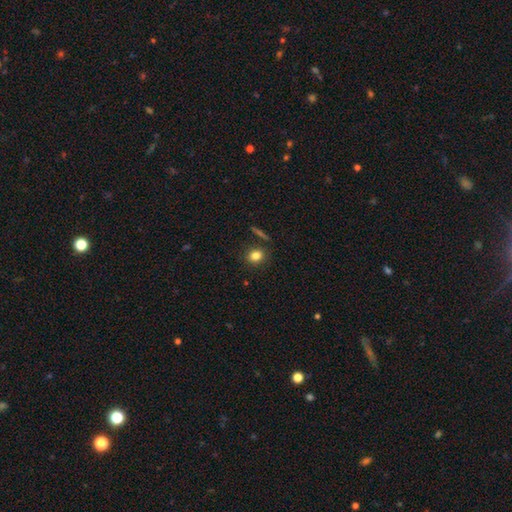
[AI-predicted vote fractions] Morphology: type=smooth (82%); roundness=round (62%); merging=none (84%).